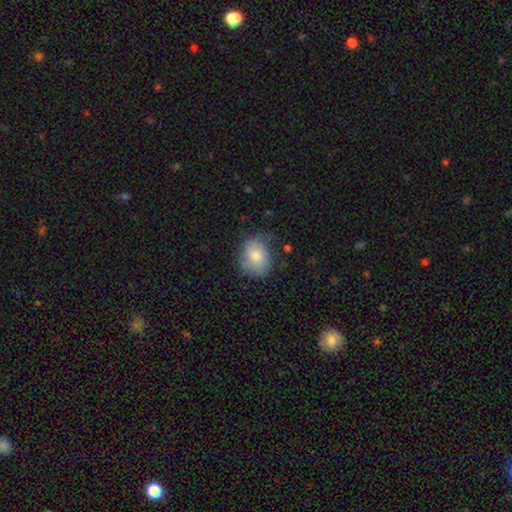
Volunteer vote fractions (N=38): Morphology: type=smooth (84%); roundness=round (62%); merging=none (51%).